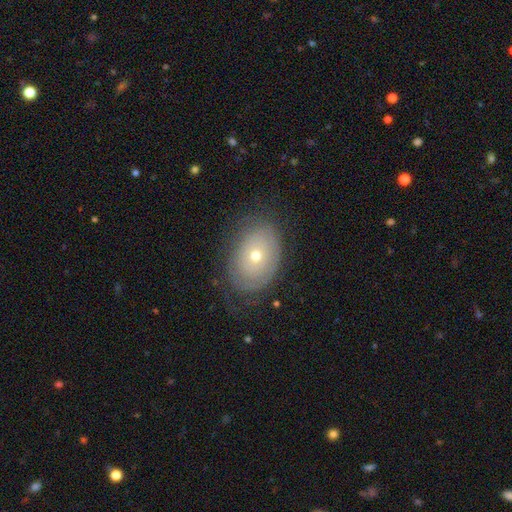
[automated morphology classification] smooth-or-featured: smooth: 46% | featured or disk: 44% | star or artifact: 9%
  merging: none: 70% | minor disturbance: 20% | major disturbance: 9% | merger: 1%